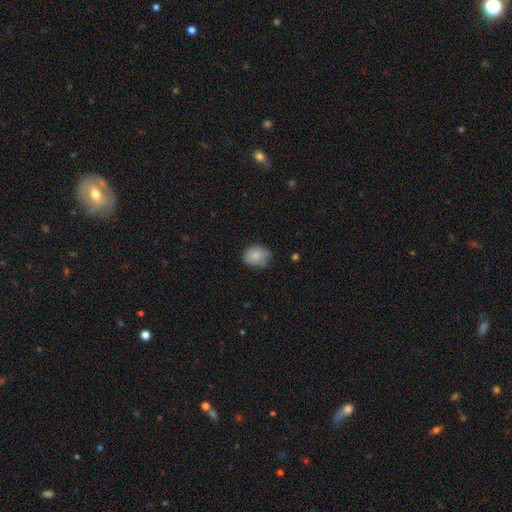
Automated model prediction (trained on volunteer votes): This appears to be a smooth galaxy with no disk features (81%) that is round (52%). Merging: none (63%).